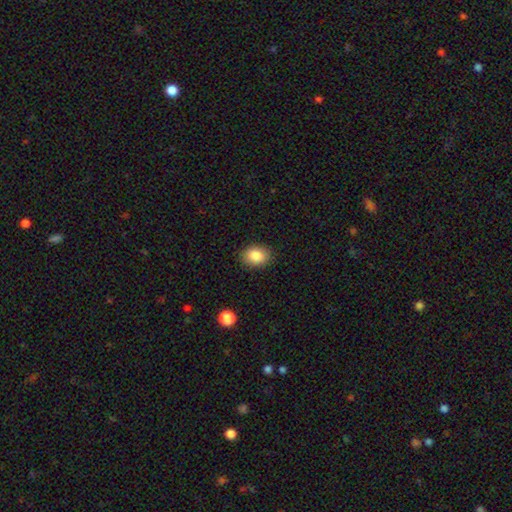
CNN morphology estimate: type=smooth (86%); roundness=in between (63%); merging=none (88%).